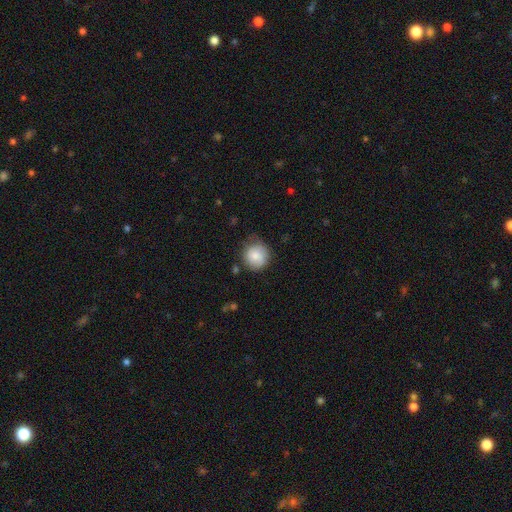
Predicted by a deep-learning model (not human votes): Smooth or featured? Predicted: smooth (p=0.81). How rounded? Predicted: round (p=0.90). Merging? Predicted: none (p=0.68).